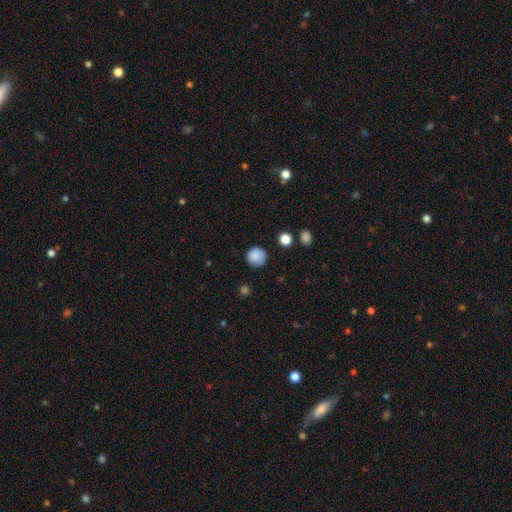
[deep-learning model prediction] Smooth or featured?
  - smooth: 85% *
  - star or artifact: 9%
  - featured or disk: 6%
How rounded?
  - round: 92% *
  - in between: 7%
  - cigar-shaped: 1%
Merging?
  - none: 80% *
  - minor disturbance: 15%
  - major disturbance: 4%
  - merger: 2%